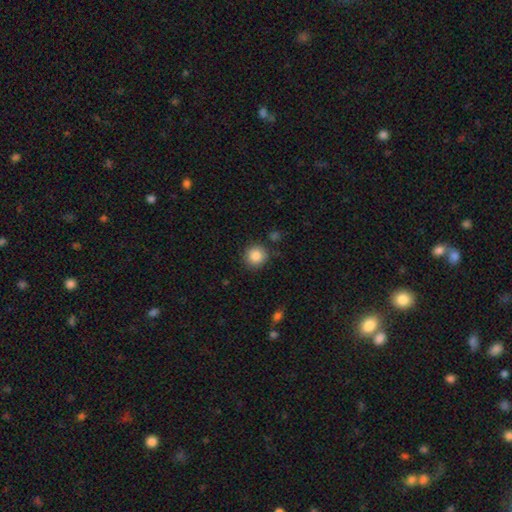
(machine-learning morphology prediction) This is clearly a smooth galaxy (86%). How rounded: clearly round (93%). Merging: clearly none (86%).